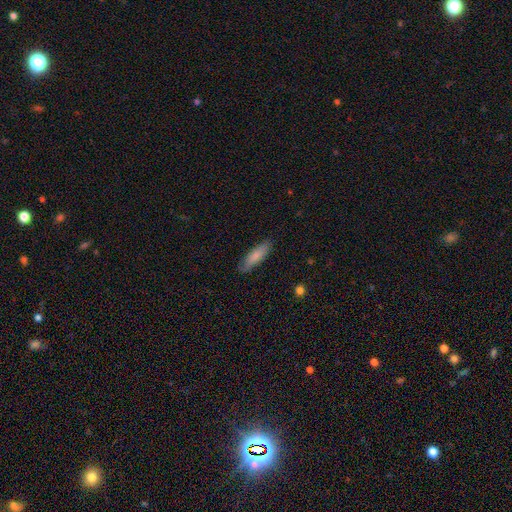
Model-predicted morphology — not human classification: Smooth or featured? smooth (79%)
How rounded? cigar-shaped (61%)
Merging? none (85%)